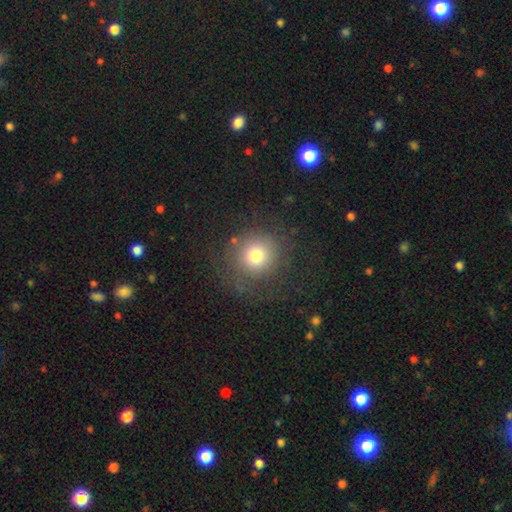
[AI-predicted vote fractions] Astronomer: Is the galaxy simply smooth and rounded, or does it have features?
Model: smooth — 73%.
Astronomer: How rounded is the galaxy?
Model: round — 92%.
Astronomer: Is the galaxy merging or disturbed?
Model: none — 75%.